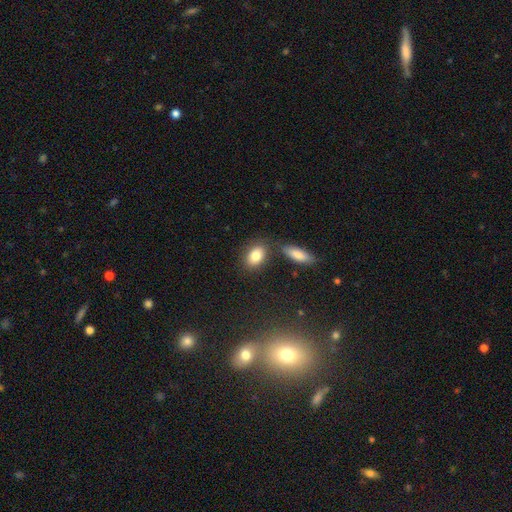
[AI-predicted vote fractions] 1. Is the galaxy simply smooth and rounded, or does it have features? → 83% smooth, 10% featured or disk, 8% star or artifact.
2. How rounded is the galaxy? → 83% in between, 14% round, 3% cigar-shaped.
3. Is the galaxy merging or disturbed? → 71% none, 14% merger, 12% minor disturbance, 3% major disturbance.